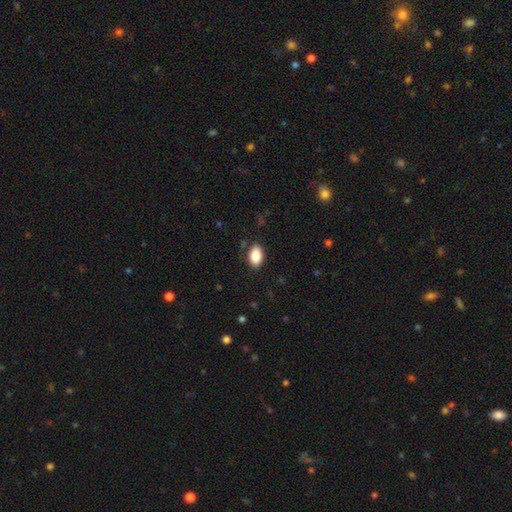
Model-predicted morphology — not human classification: smooth 87%, star or artifact 8%, featured or disk 6%. Down the decision tree: how rounded — in between (92%); merging — none (85%).